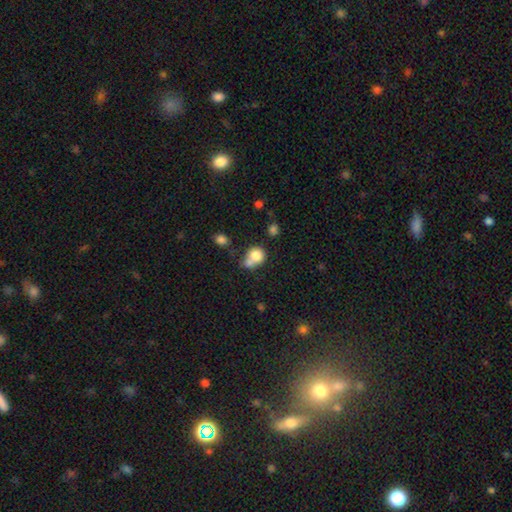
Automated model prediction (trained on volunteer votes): Morphology: type=smooth (79%); roundness=round (77%); merging=merger (46%).